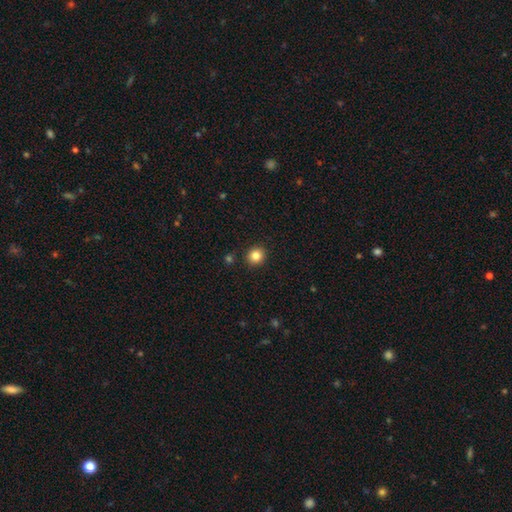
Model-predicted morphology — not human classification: smooth-or-featured: smooth: 84% | star or artifact: 11% | featured or disk: 5%
  how-rounded: round: 87% | in between: 12% | cigar-shaped: 1%
  merging: none: 91% | minor disturbance: 6% | merger: 2% | major disturbance: 2%